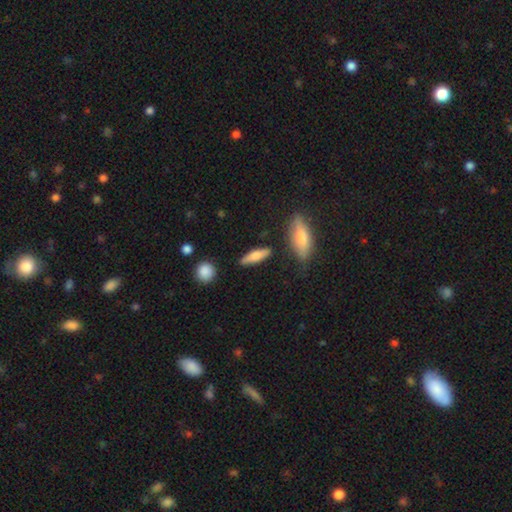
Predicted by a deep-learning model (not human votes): Smooth or featured? smooth (63%)
How rounded? cigar-shaped (62%)
Merging? none (83%)